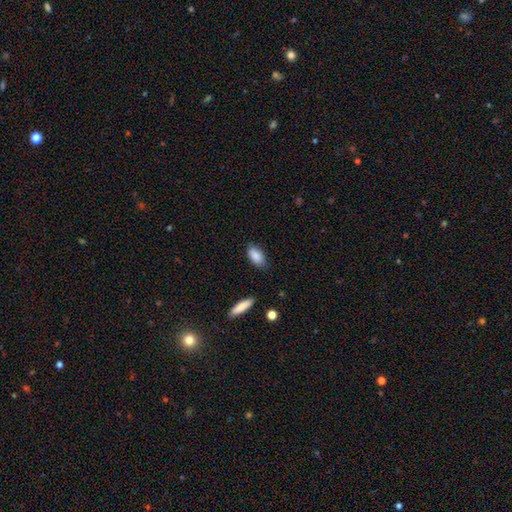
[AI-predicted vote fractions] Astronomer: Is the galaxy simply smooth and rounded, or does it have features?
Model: smooth — 87%.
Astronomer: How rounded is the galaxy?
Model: in between — 89%.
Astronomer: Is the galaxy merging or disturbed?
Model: none — 76%.